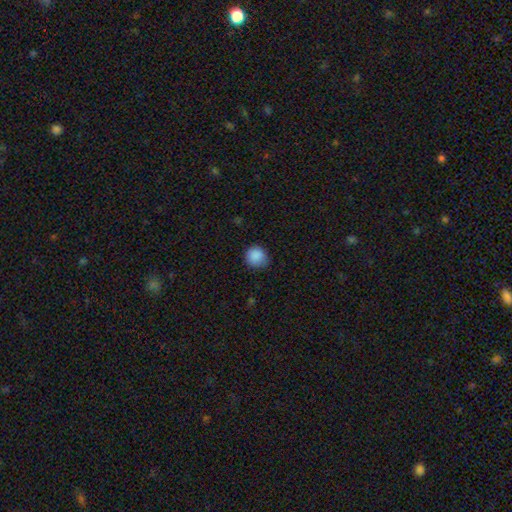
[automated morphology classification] A smooth galaxy with no disk features (88%) that is round (89%). Merging: none (79%).